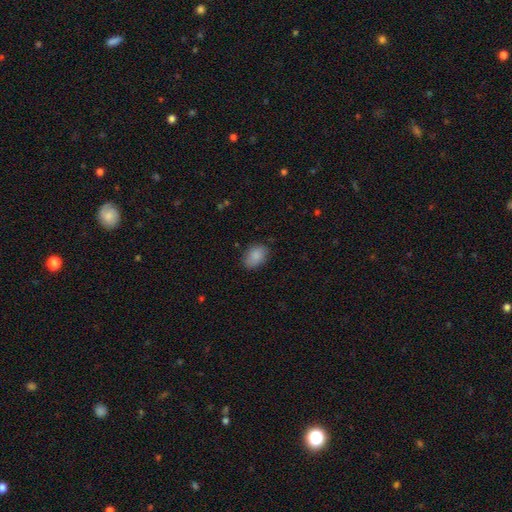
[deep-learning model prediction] Q: Smooth or featured?
A: smooth (87%); runner-up: star or artifact (7%)
Q: How rounded?
A: in between (82%); runner-up: round (16%)
Q: Merging?
A: none (78%); runner-up: minor disturbance (17%)